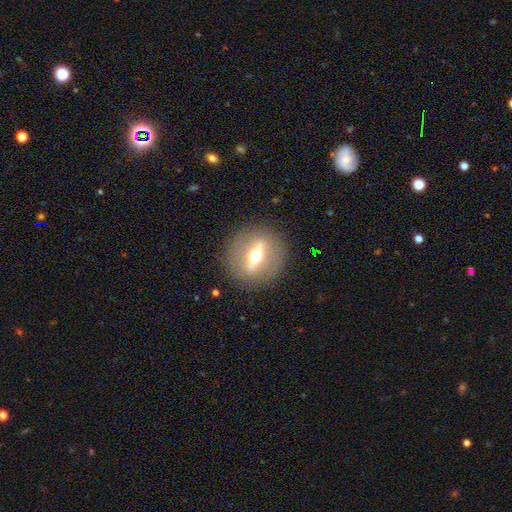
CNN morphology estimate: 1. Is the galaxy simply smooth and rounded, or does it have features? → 72% featured or disk, 20% smooth, 8% star or artifact.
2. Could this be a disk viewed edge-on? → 57% yes, 43% no.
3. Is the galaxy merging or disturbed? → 87% none, 8% minor disturbance, 4% major disturbance, 1% merger.